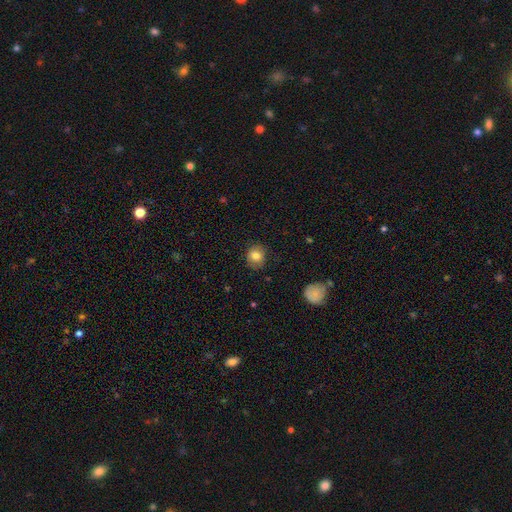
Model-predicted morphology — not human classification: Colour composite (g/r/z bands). It shows a smooth galaxy with no disk features (81%) that is round (81%). Merging: none (85%).